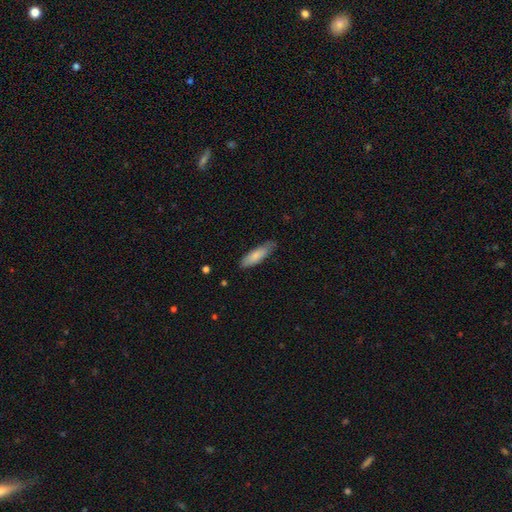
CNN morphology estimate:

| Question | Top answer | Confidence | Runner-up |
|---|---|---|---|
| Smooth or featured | smooth | 81% | featured or disk (14%) |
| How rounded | cigar-shaped | 56% | in between (42%) |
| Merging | none | 76% | minor disturbance (19%) |